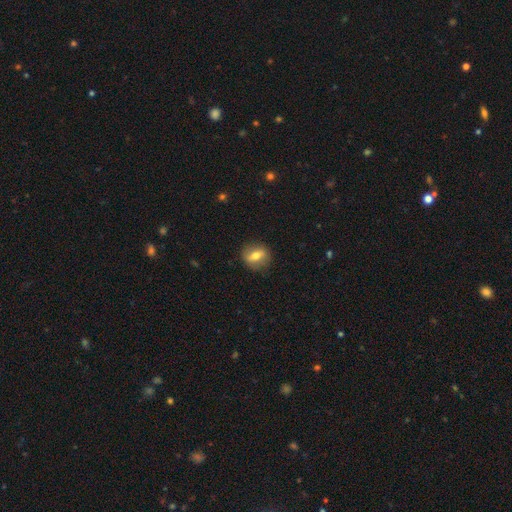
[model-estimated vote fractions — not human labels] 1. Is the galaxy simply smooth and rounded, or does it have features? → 60% smooth, 31% featured or disk, 9% star or artifact.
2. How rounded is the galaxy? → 59% round, 38% in between, 3% cigar-shaped.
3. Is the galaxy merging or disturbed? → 86% none, 10% minor disturbance, 3% major disturbance, 1% merger.